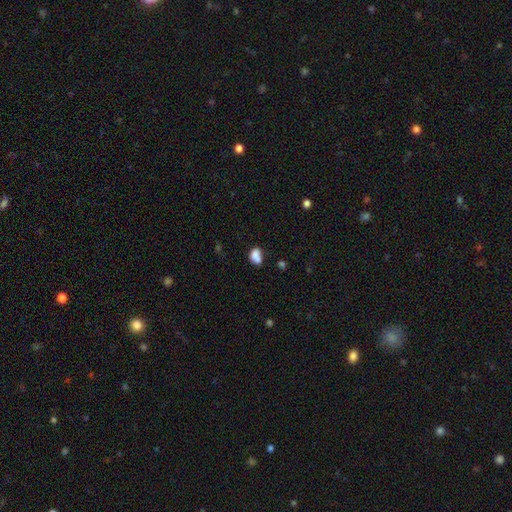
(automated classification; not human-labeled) smooth 78%, featured or disk 11%, star or artifact 11%. Down the decision tree: how rounded — in between (74%); merging — merger (37%).